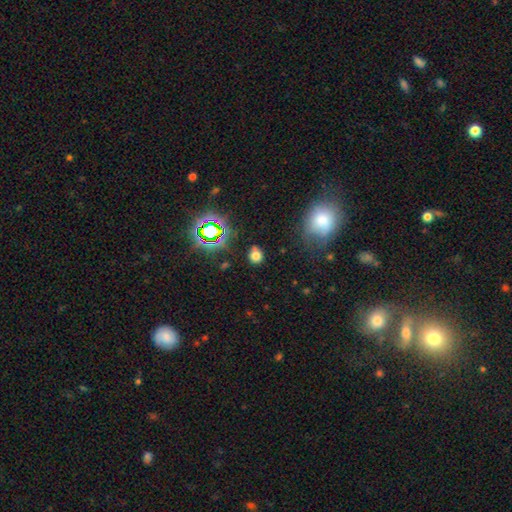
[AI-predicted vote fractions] Smooth or featured?
  - smooth: 69% *
  - star or artifact: 23%
  - featured or disk: 8%
How rounded?
  - round: 65% *
  - in between: 33%
  - cigar-shaped: 1%
Merging?
  - none: 79% *
  - minor disturbance: 13%
  - major disturbance: 4%
  - merger: 3%